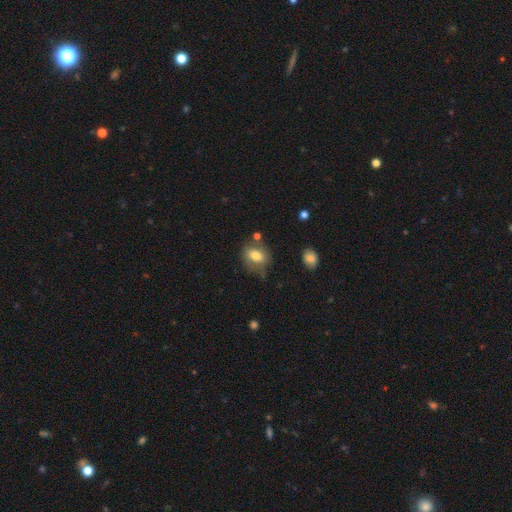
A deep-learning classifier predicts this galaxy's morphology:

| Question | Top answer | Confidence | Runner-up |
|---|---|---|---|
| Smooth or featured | smooth | 72% | featured or disk (20%) |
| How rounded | in between | 67% | round (31%) |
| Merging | none | 57% | minor disturbance (26%) |